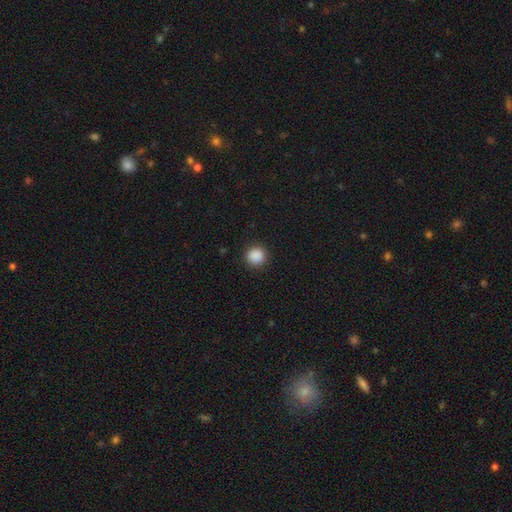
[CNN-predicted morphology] Smooth or featured?
  - smooth: 88% *
  - star or artifact: 9%
  - featured or disk: 2%
How rounded?
  - round: 92% *
  - in between: 7%
  - cigar-shaped: 1%
Merging?
  - none: 91% *
  - minor disturbance: 6%
  - major disturbance: 2%
  - merger: 1%